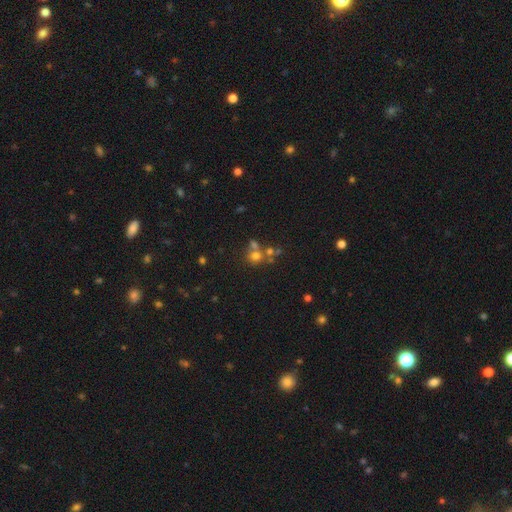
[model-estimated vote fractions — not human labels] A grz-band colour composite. It shows a smooth galaxy with no disk features (61%) that is round (84%). Merging: none (48%).